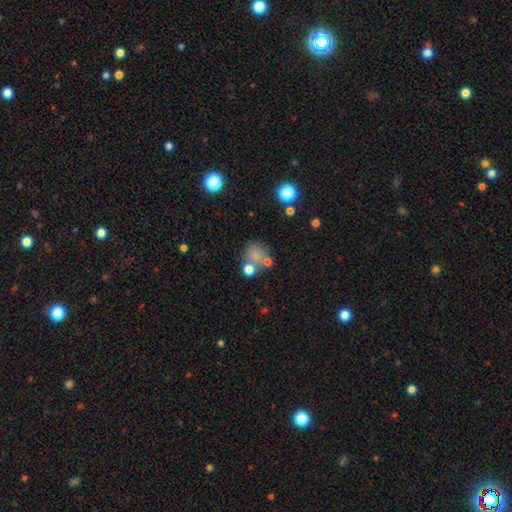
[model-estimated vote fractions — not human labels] smooth_or_featured: smooth (p=0.69) [alt: star or artifact p=0.16]
how_rounded: round (p=0.78) [alt: in between p=0.21]
merging: none (p=0.53) [alt: merger p=0.24]